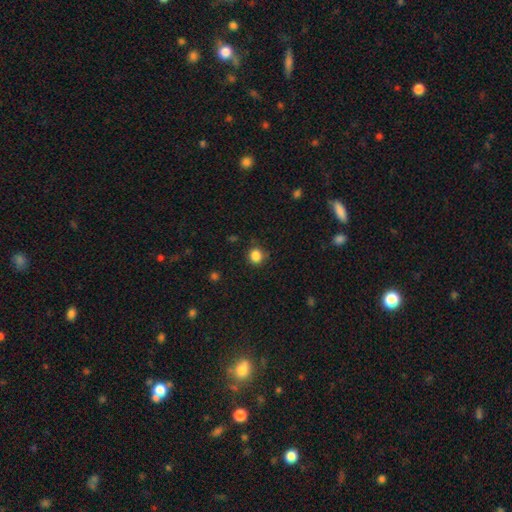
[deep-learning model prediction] Smooth or featured: smooth — 85% (star or artifact — 11%)
How rounded: round — 88% (in between — 11%)
Merging: none — 84% (minor disturbance — 12%)